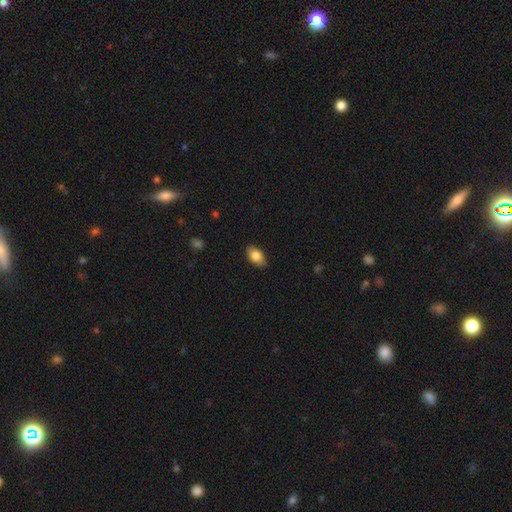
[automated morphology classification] This appears to be a smooth galaxy with no disk features (81%) that is in between round and cigar-shaped (91%). Merging: none (86%).